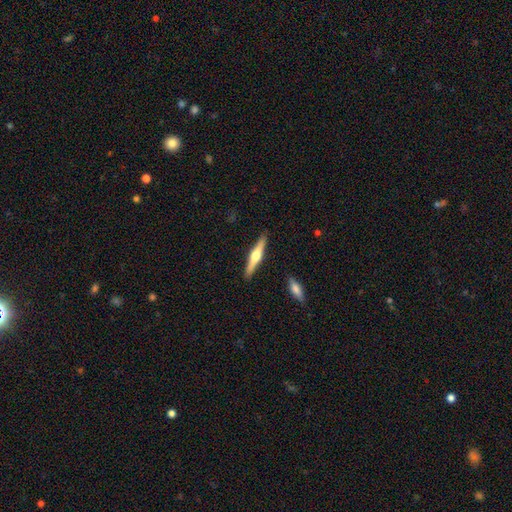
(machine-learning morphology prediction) Q: Smooth or featured?
A: featured or disk (65%); runner-up: smooth (30%)
Q: Edge-on disk?
A: yes (97%); runner-up: no (3%)
Q: Edge-on bulge?
A: rounded (93%); runner-up: boxy (4%)
Q: Merging?
A: none (90%); runner-up: minor disturbance (7%)